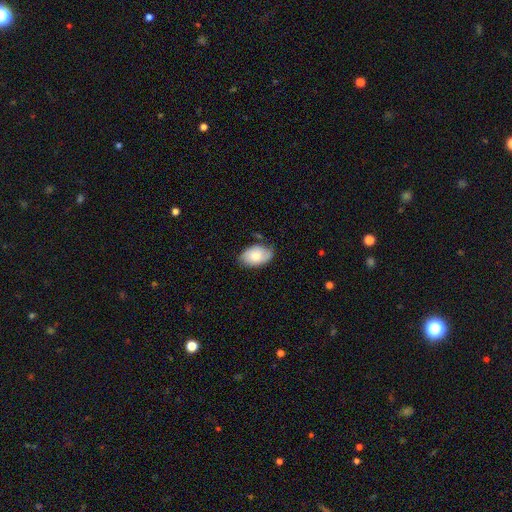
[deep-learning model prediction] Smooth or featured? smooth (69%)
How rounded? in between (91%)
Merging? none (72%)